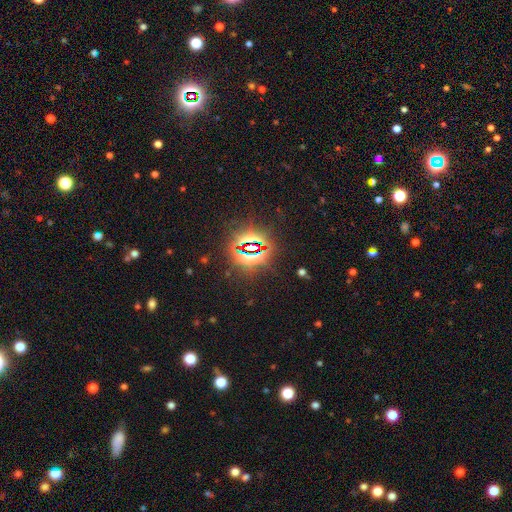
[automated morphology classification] A star or artifact, not a galaxy (82%).